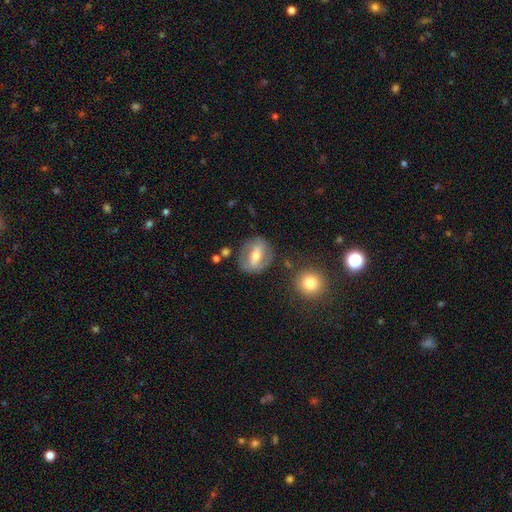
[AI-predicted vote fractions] Q: Smooth or featured?
A: featured or disk (53%); runner-up: smooth (39%)
Q: Edge-on disk?
A: no (88%); runner-up: yes (12%)
Q: Merging?
A: none (72%); runner-up: minor disturbance (16%)